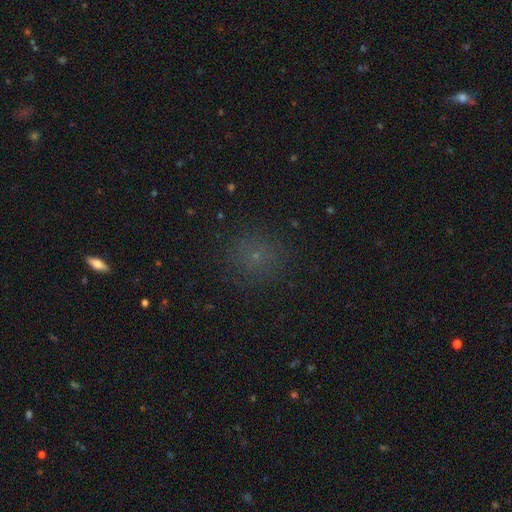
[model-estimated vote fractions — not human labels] smooth 61%, star or artifact 32%, featured or disk 8%. Down the decision tree: how rounded — round (89%); merging — none (87%).